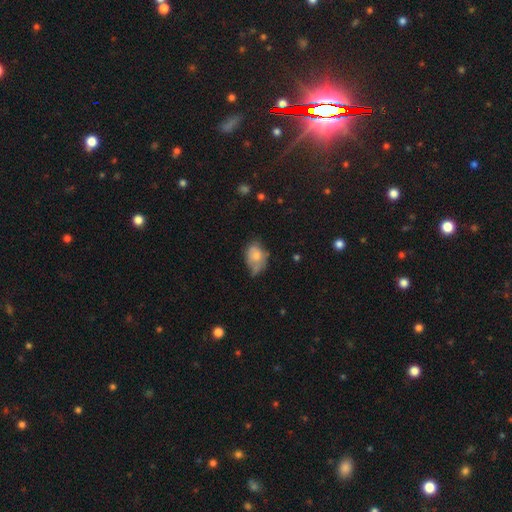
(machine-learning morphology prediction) Smooth or featured? smooth (66%)
How rounded? in between (75%)
Merging? minor disturbance (41%)